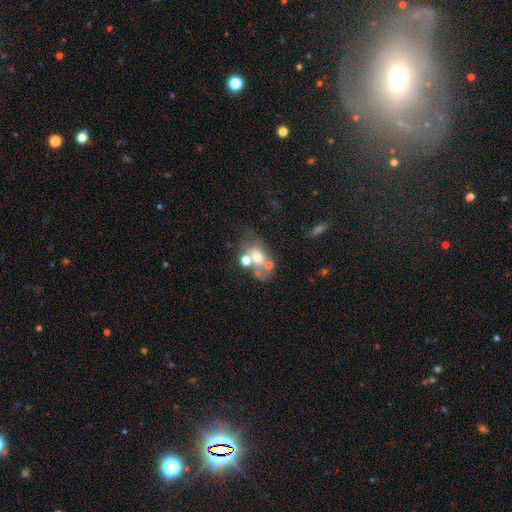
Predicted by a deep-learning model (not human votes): A smooth galaxy with no disk features (51%) that is in between round and cigar-shaped (69%).

Vote fractions:
- Smooth or featured? smooth: 51% / featured or disk: 36% / star or artifact: 13%
- How rounded? in between: 69% / round: 29% / cigar-shaped: 2%
- Merging? merger: 38% / none: 33% / minor disturbance: 16% / major disturbance: 14%